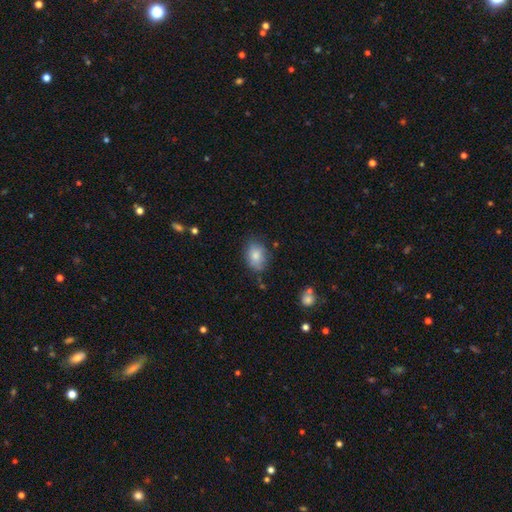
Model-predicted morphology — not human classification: This is clearly a smooth galaxy (81%). How rounded: likely in between (76%). Merging: likely none (72%).